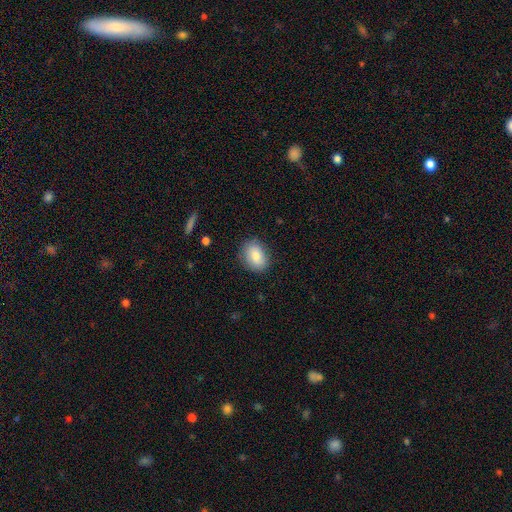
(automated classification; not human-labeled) A smooth galaxy with no disk features (81%) that is in between round and cigar-shaped (66%).

Vote fractions:
- Smooth or featured? smooth: 81% / featured or disk: 11% / star or artifact: 8%
- How rounded? in between: 66% / round: 33% / cigar-shaped: 1%
- Merging? none: 84% / minor disturbance: 12% / major disturbance: 3% / merger: 1%